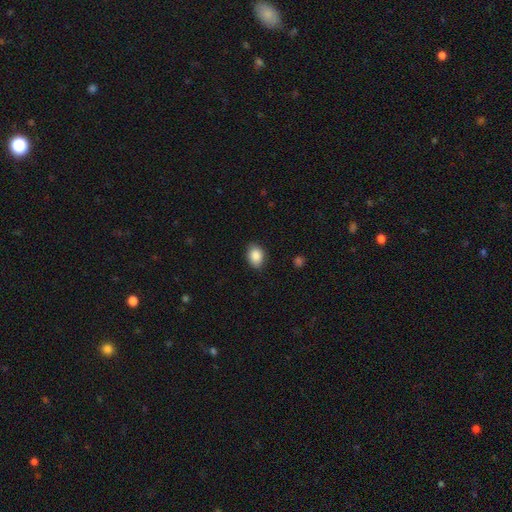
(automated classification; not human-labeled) smooth 88%, star or artifact 8%, featured or disk 4%. Down the decision tree: how rounded — in between (72%); merging — none (83%).